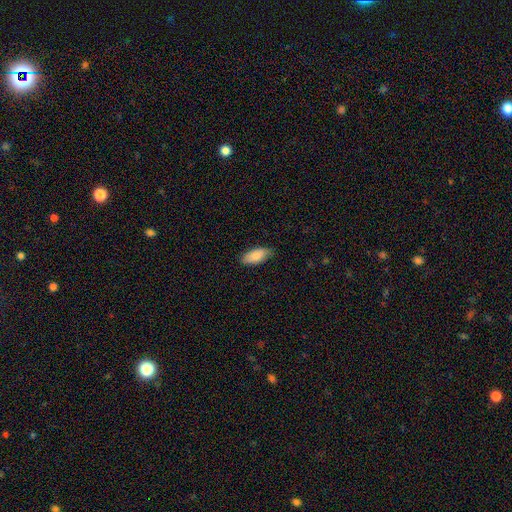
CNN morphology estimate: Smooth or featured? smooth (86%)
How rounded? in between (89%)
Merging? none (77%)